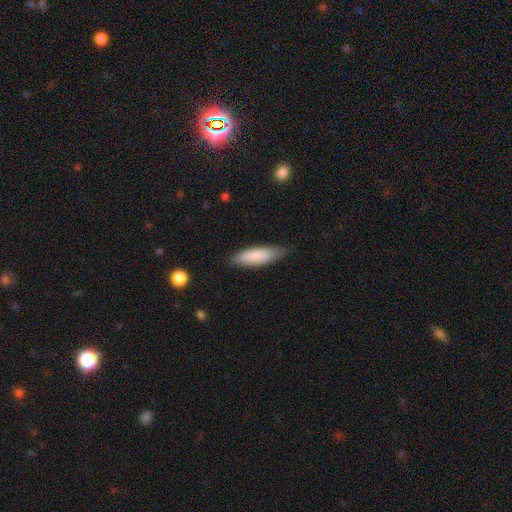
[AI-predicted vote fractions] A smooth galaxy with no disk features (84%) that is cigar-shaped (51%). Merging: none (76%).